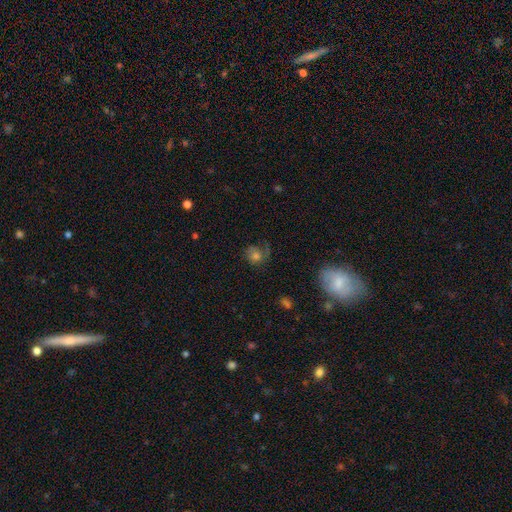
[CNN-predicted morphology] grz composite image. It shows a smooth galaxy with no disk features (54%) that is round (75%). Merging: none (46%).